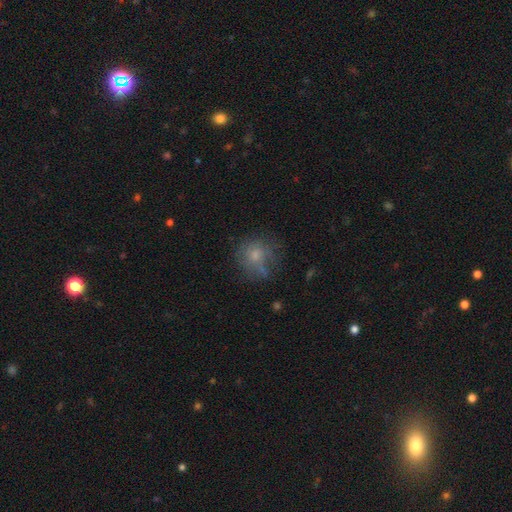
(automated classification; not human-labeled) Q: Smooth or featured?
A: smooth (61%); runner-up: featured or disk (27%)
Q: How rounded?
A: round (77%); runner-up: in between (22%)
Q: Merging?
A: none (53%); runner-up: minor disturbance (24%)